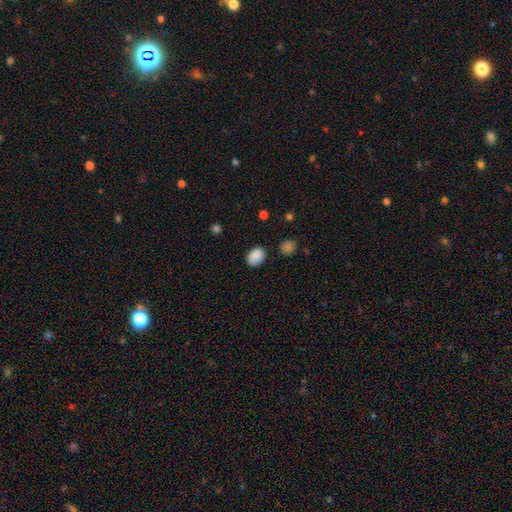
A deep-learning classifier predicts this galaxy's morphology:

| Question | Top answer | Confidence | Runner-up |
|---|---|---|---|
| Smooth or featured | smooth | 88% | star or artifact (9%) |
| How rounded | in between | 69% | round (30%) |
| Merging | none | 82% | minor disturbance (13%) |